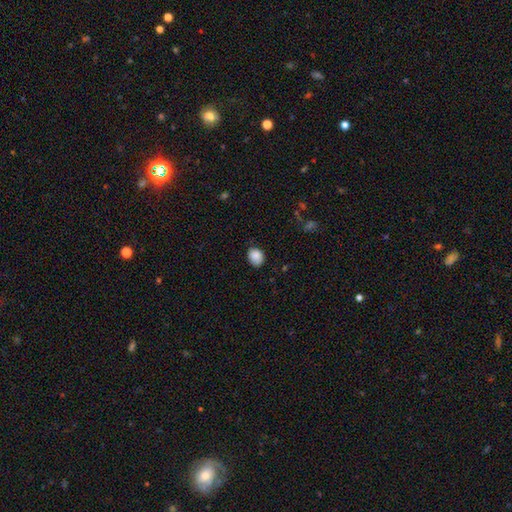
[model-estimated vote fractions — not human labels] A smooth galaxy with no disk features (88%) that is in between round and cigar-shaped (57%).

Vote fractions:
- Smooth or featured? smooth: 88% / star or artifact: 8% / featured or disk: 4%
- How rounded? in between: 57% / round: 42% / cigar-shaped: 1%
- Merging? none: 76% / minor disturbance: 19% / major disturbance: 3% / merger: 1%